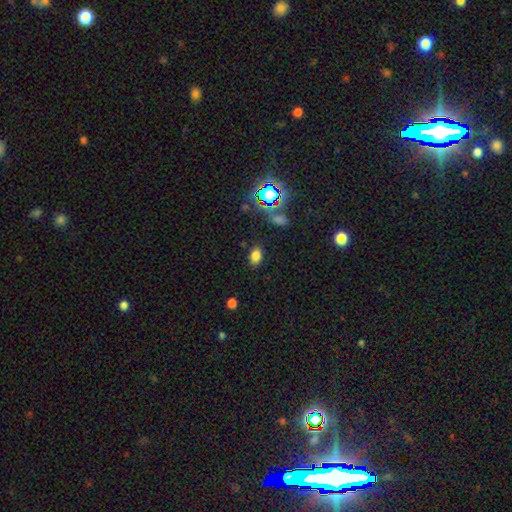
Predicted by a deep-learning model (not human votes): Smooth or featured?
  - smooth: 77% *
  - star or artifact: 17%
  - featured or disk: 6%
How rounded?
  - in between: 82% *
  - round: 16%
  - cigar-shaped: 2%
Merging?
  - none: 85% *
  - minor disturbance: 10%
  - major disturbance: 3%
  - merger: 2%